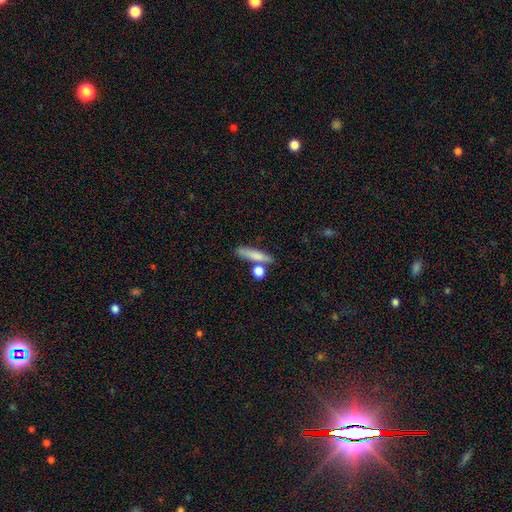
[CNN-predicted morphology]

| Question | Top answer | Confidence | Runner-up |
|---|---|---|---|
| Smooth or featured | smooth | 76% | featured or disk (16%) |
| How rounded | cigar-shaped | 70% | in between (21%) |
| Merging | none | 66% | merger (16%) |